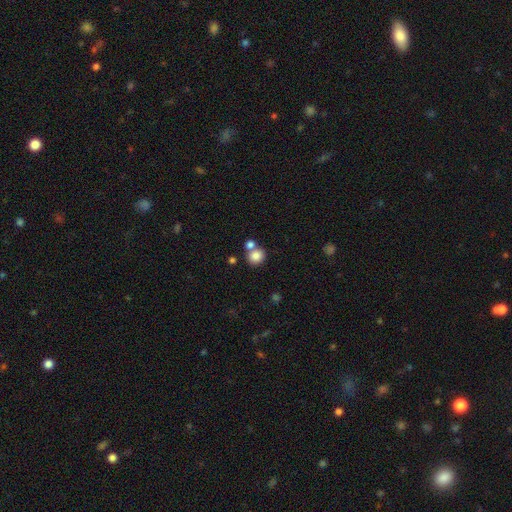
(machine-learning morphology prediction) A smooth galaxy with no disk features (83%) that is round (81%).

Vote fractions:
- Smooth or featured? smooth: 83% / star or artifact: 10% / featured or disk: 7%
- How rounded? round: 81% / in between: 18% / cigar-shaped: 1%
- Merging? none: 56% / merger: 32% / minor disturbance: 9% / major disturbance: 3%